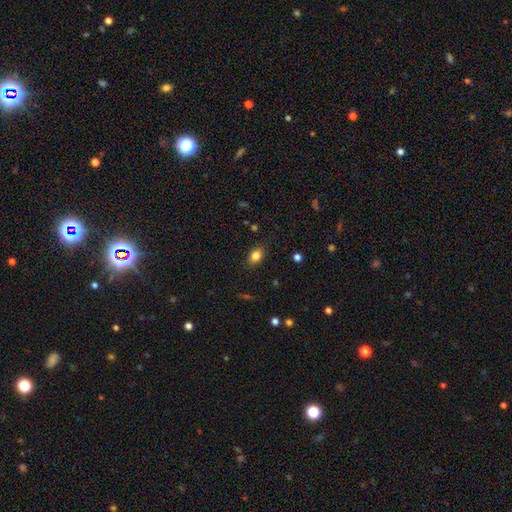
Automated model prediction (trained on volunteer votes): smooth_or_featured: smooth (p=0.82) [alt: star or artifact p=0.10]
how_rounded: in between (p=0.72) [alt: round p=0.26]
merging: none (p=0.82) [alt: minor disturbance p=0.13]